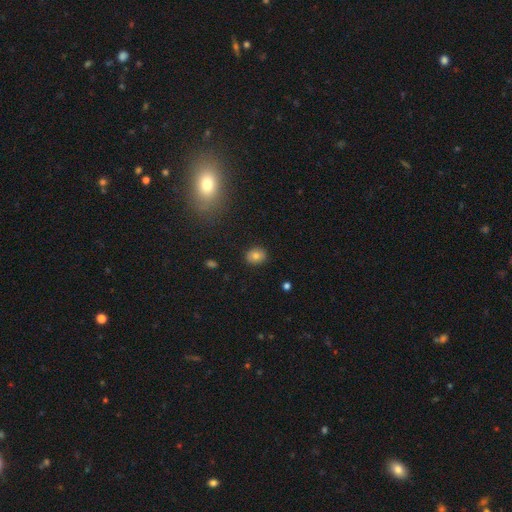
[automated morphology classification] smooth 76%, featured or disk 13%, star or artifact 11%. Down the decision tree: how rounded — round (58%); merging — none (87%).